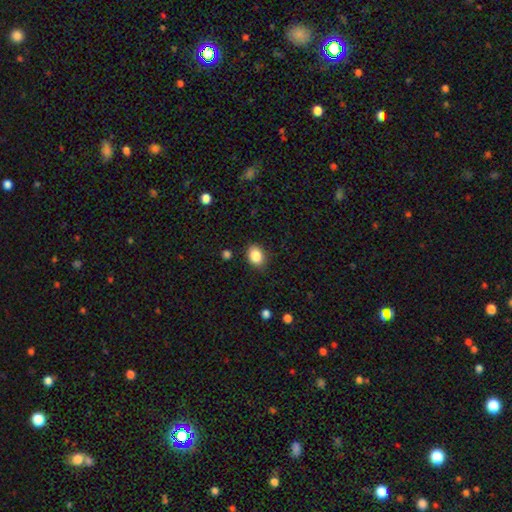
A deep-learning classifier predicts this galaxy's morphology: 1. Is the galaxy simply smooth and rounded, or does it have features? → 87% smooth, 9% star or artifact, 5% featured or disk.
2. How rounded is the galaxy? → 67% in between, 32% round, 1% cigar-shaped.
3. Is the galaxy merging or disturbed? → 85% none, 11% minor disturbance, 3% major disturbance, 2% merger.